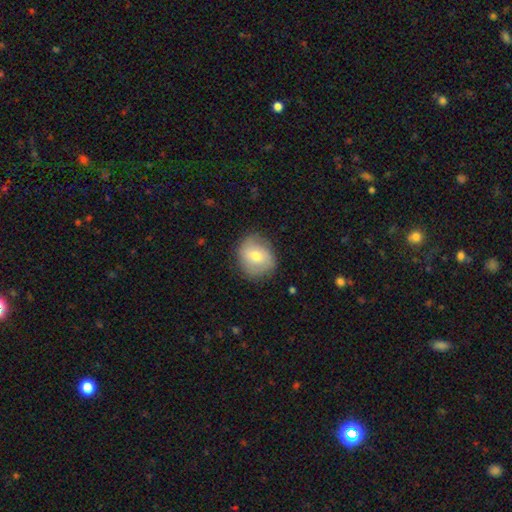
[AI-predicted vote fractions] Smooth or featured? Predicted: smooth (p=0.61). How rounded? Predicted: round (p=0.69). Merging? Predicted: none (p=0.77).